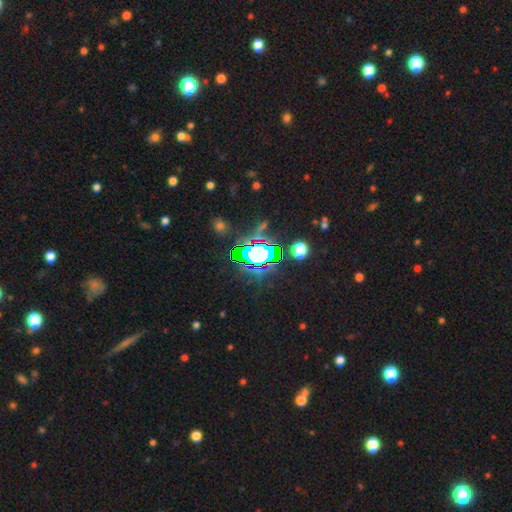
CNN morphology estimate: This appears to be a star or artifact, not a galaxy (73%).